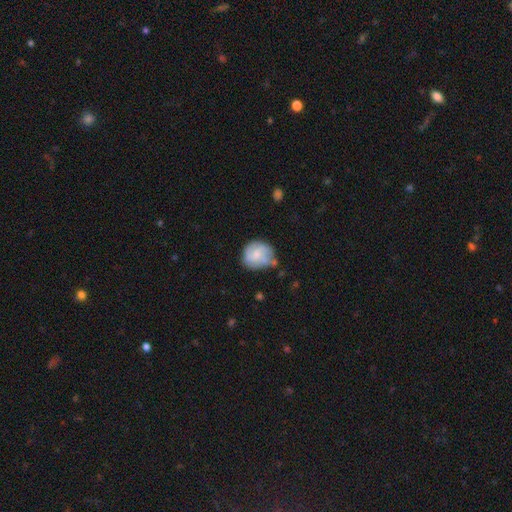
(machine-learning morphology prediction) This is possibly a featured or disk galaxy (50%). Merging: possibly none (54%).